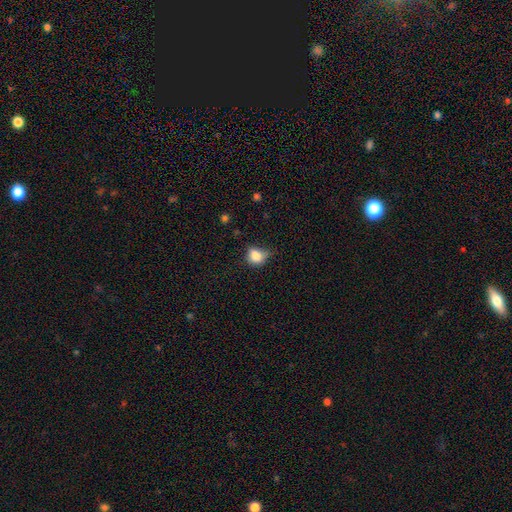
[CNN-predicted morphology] smooth 82%, star or artifact 10%, featured or disk 8%. Down the decision tree: how rounded — round (58%); merging — none (44%).